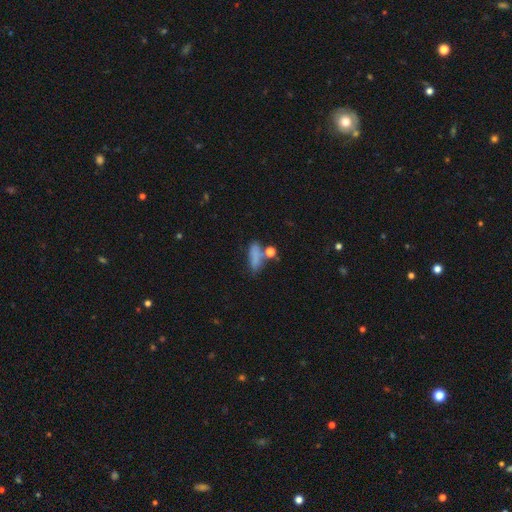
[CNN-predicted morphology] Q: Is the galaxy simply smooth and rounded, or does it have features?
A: smooth — 73%.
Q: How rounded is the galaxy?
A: in between — 60%.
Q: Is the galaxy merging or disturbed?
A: none — 47%.